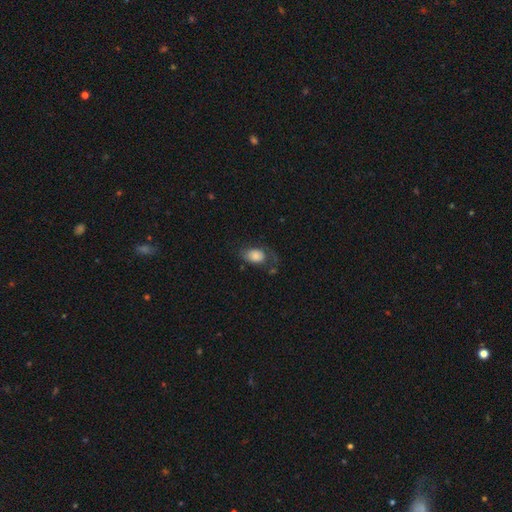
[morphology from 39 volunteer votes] This is clearly a smooth galaxy (90%). How rounded: clearly in between (83%). Merging: possibly none (51%).